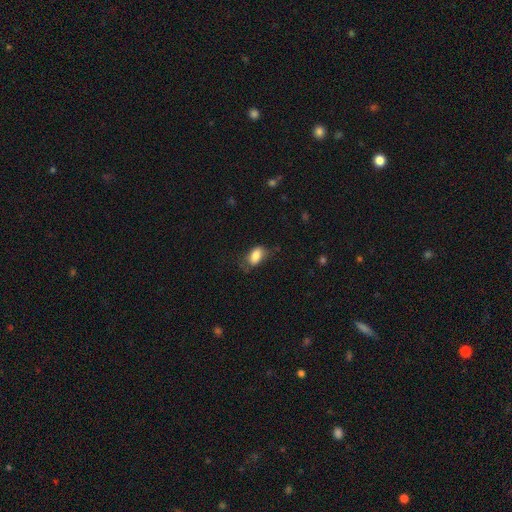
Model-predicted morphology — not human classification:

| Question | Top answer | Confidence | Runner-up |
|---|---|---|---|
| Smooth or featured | smooth | 82% | featured or disk (10%) |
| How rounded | in between | 89% | round (9%) |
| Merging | none | 58% | minor disturbance (28%) |